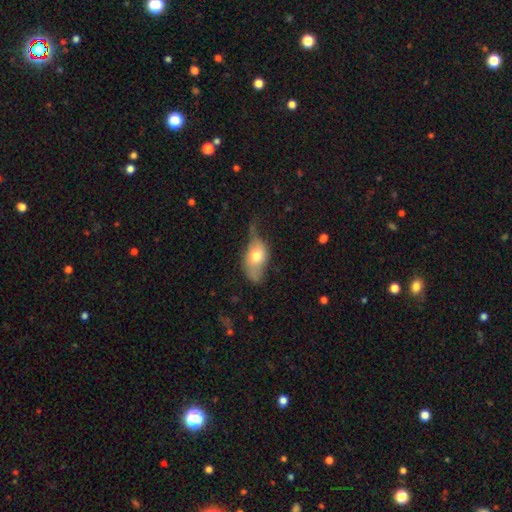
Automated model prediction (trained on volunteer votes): Smooth or featured? Predicted: smooth (p=0.65). How rounded? Predicted: in between (p=0.88). Merging? Predicted: minor disturbance (p=0.40).